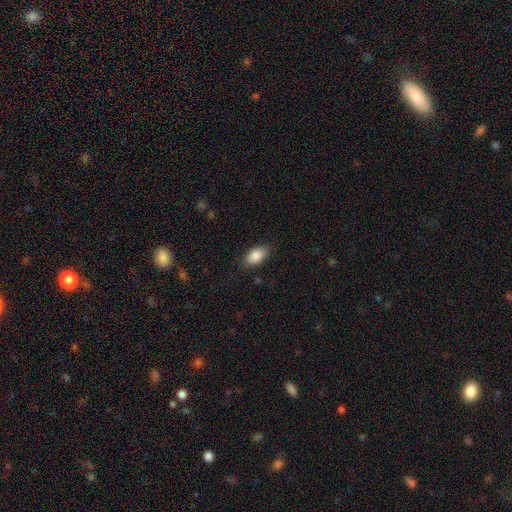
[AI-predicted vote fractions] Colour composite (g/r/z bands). It shows a smooth galaxy with no disk features (87%) that is in between round and cigar-shaped (92%). Merging: none (83%).